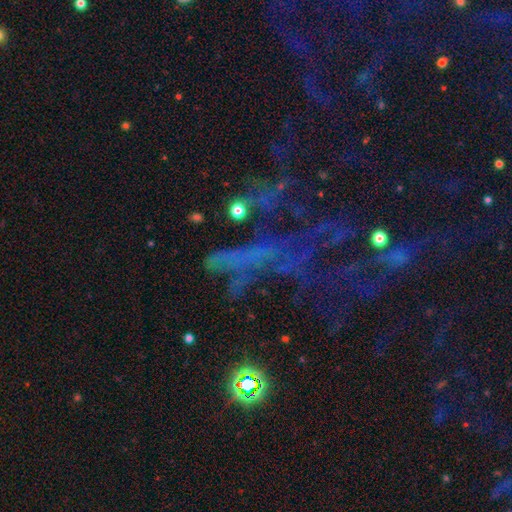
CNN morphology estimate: Smooth or featured? Predicted: star or artifact (p=0.59).